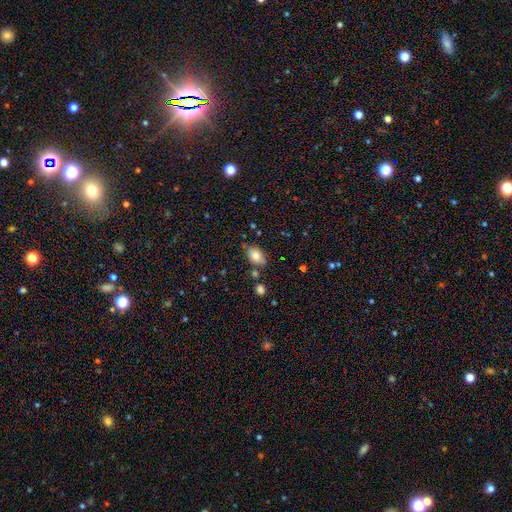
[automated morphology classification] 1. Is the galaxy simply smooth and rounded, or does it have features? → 79% smooth, 13% featured or disk, 9% star or artifact.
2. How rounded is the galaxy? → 86% in between, 12% round, 2% cigar-shaped.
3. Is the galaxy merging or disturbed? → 74% none, 16% minor disturbance, 6% merger, 3% major disturbance.